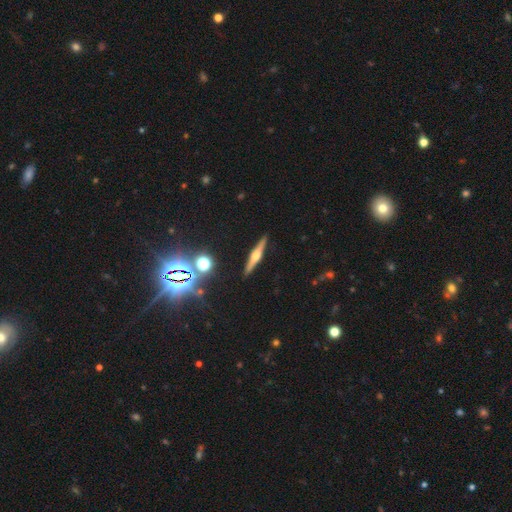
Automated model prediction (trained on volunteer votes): This is likely a featured or disk galaxy (71%). It is clearly viewed edge-on (98%). Edge-on bulge: clearly rounded (89%). Merging: clearly none (91%).